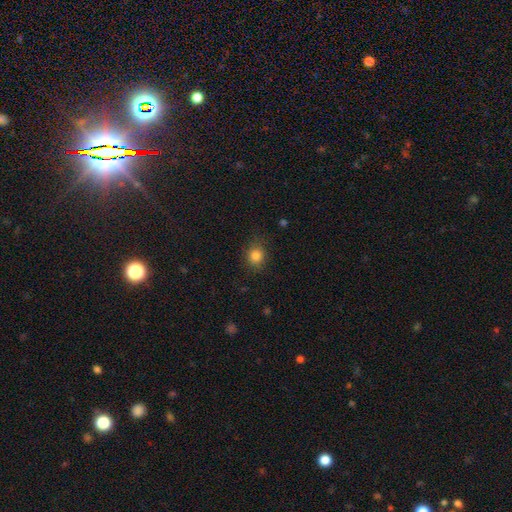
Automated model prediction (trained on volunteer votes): Overall: smooth (84%). How rounded: round (77%). Merging: none (84%).